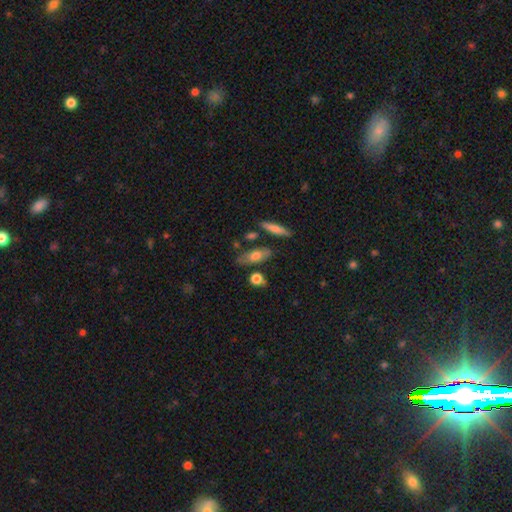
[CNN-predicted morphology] smooth_or_featured: smooth (p=0.66) [alt: featured or disk p=0.26]
how_rounded: in between (p=0.67) [alt: cigar-shaped p=0.27]
merging: none (p=0.71) [alt: minor disturbance p=0.17]